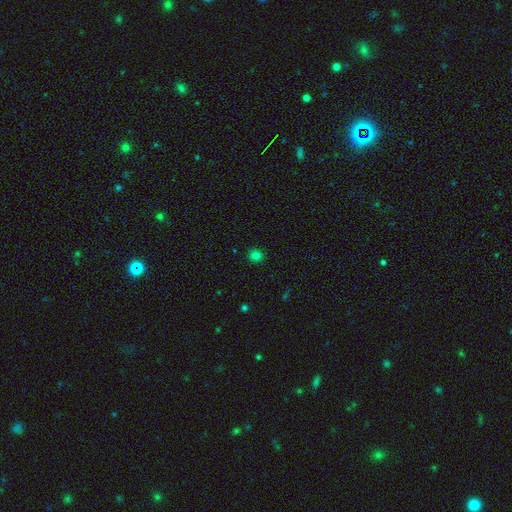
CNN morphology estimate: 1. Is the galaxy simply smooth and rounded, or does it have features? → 79% smooth, 16% star or artifact, 5% featured or disk.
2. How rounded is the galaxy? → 90% round, 9% in between, 1% cigar-shaped.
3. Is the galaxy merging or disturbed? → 91% none, 6% minor disturbance, 2% major disturbance, 1% merger.